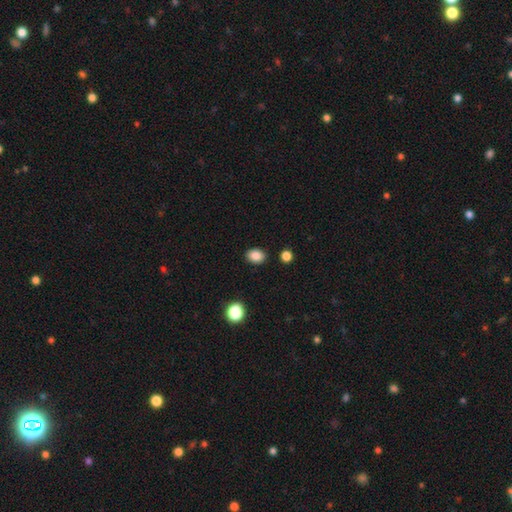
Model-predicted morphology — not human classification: A smooth galaxy with no disk features (87%) that is in between round and cigar-shaped (67%). Merging: none (88%).